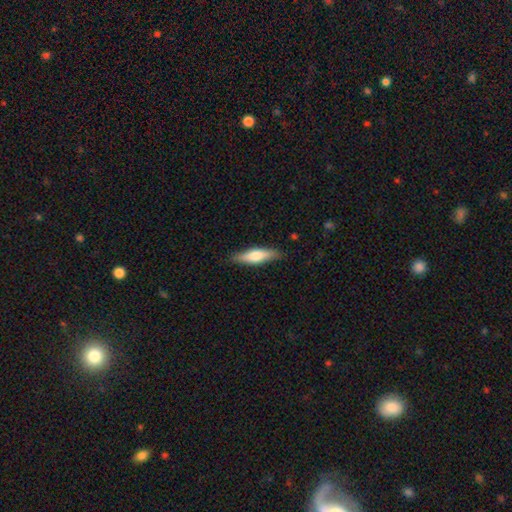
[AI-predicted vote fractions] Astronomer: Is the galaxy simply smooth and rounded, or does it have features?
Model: smooth — 63%.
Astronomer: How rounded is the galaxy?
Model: cigar-shaped — 60% (runner-up: in between, 38%).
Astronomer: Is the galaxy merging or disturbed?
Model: none — 86%.